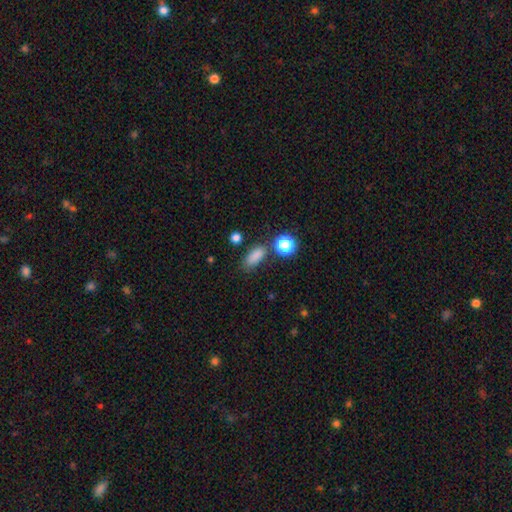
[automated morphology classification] Smooth or featured?
  - smooth: 82% *
  - star or artifact: 13%
  - featured or disk: 5%
How rounded?
  - in between: 72% *
  - cigar-shaped: 17%
  - round: 11%
Merging?
  - none: 75% *
  - minor disturbance: 13%
  - merger: 7%
  - major disturbance: 4%